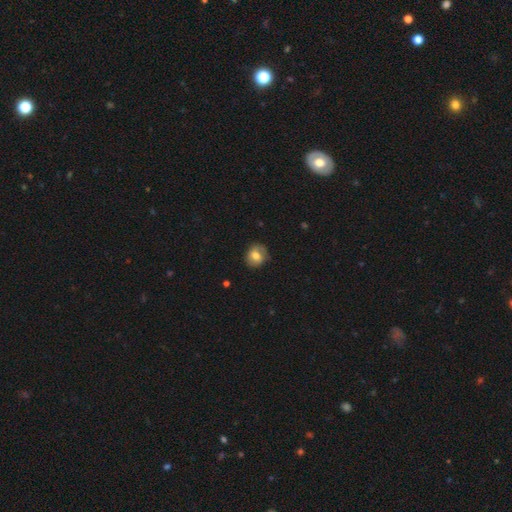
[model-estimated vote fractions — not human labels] The model was most divided on "how rounded": round: 71%, in between: 28%, cigar-shaped: 1%. More confident: merging — none (76%); smooth or featured — smooth (69%).